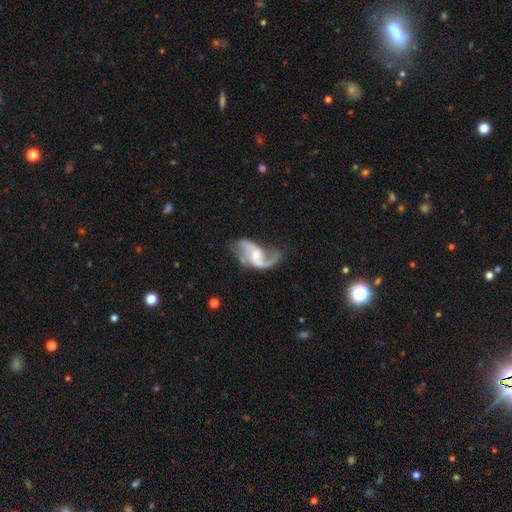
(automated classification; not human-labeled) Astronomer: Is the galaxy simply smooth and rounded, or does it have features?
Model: featured or disk — 87%.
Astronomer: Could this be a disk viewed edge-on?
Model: no — 97%.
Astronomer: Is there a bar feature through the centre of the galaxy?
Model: no — 45% (runner-up: weak, 44%).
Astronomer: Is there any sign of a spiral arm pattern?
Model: yes — 95%.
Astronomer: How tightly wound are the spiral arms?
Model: loose — 65%.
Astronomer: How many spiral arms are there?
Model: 2 — 83%.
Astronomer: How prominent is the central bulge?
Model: small — 46% (runner-up: moderate, 44%).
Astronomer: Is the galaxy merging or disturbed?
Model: none — 51%.